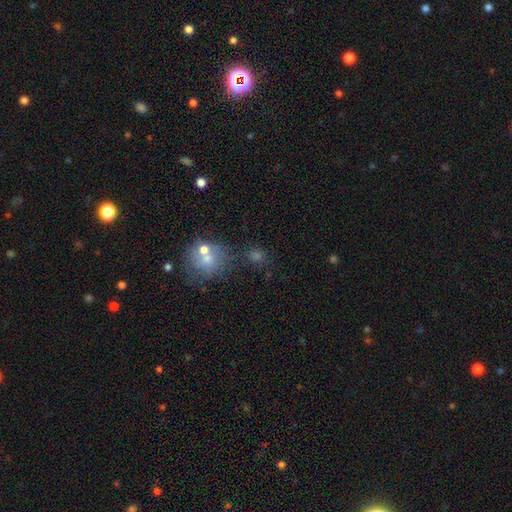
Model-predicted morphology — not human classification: The model was most divided on "smooth or featured": smooth: 51%, star or artifact: 33%, featured or disk: 15%. More confident: how rounded — round (76%); merging — none (59%).